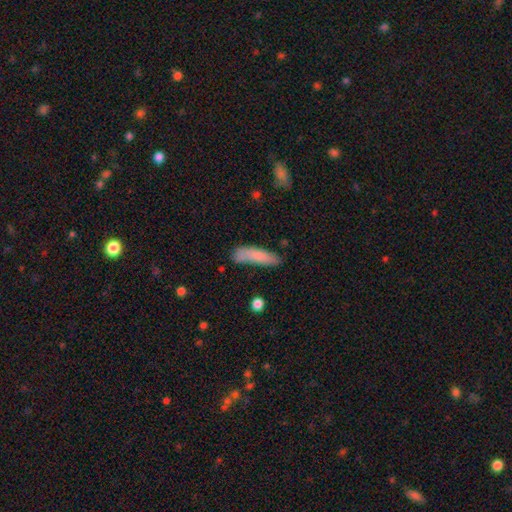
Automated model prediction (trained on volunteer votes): Smooth or featured?
  - smooth: 80% *
  - featured or disk: 12%
  - star or artifact: 7%
How rounded?
  - cigar-shaped: 72% *
  - in between: 26%
  - round: 2%
Merging?
  - none: 61% *
  - minor disturbance: 25%
  - major disturbance: 8%
  - merger: 6%